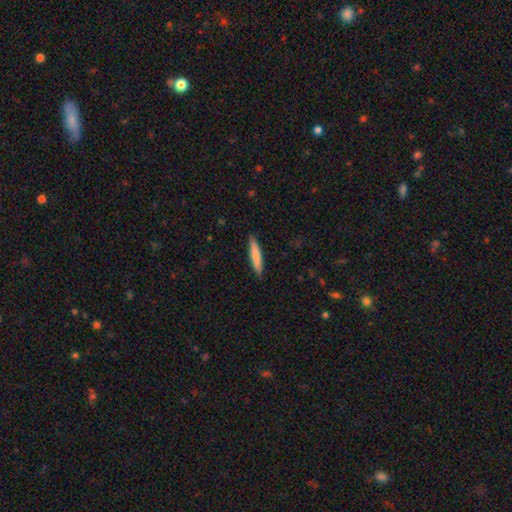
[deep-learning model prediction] smooth-or-featured: smooth: 78% | featured or disk: 17% | star or artifact: 5%
  how-rounded: cigar-shaped: 90% | in between: 9% | round: 1%
  merging: none: 89% | minor disturbance: 8% | major disturbance: 2% | merger: 1%